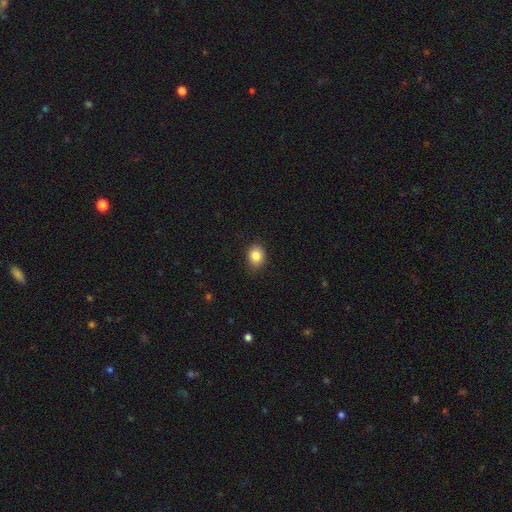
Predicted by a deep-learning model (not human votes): Overall: smooth (85%). How rounded: round (51%; in between 48%). Merging: none (84%).